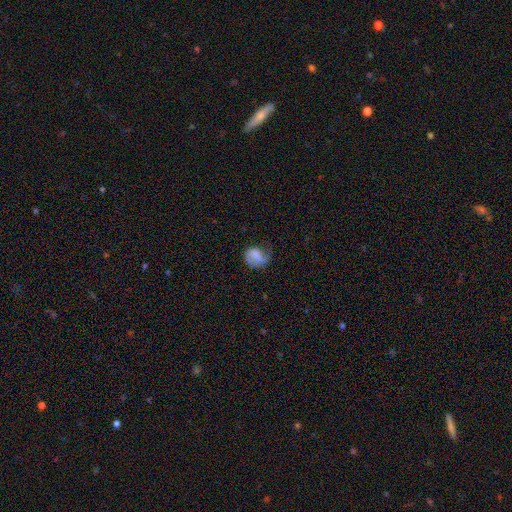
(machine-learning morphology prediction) Smooth or featured? featured or disk (46%, tied with smooth)
Merging? none (47%)